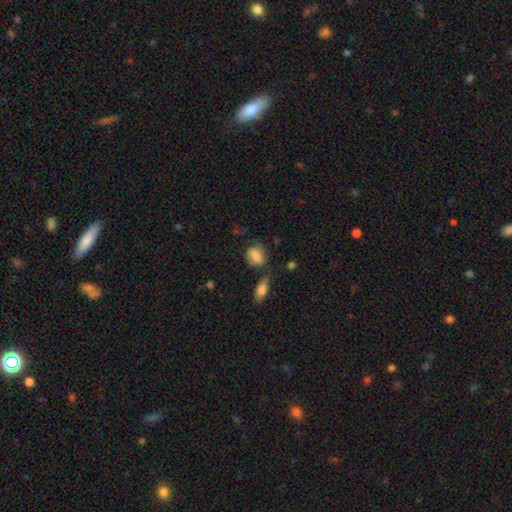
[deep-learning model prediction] Smooth or featured?
  - smooth: 81% *
  - featured or disk: 10%
  - star or artifact: 9%
How rounded?
  - in between: 68% *
  - round: 29%
  - cigar-shaped: 2%
Merging?
  - none: 49% *
  - minor disturbance: 29%
  - major disturbance: 12%
  - merger: 10%